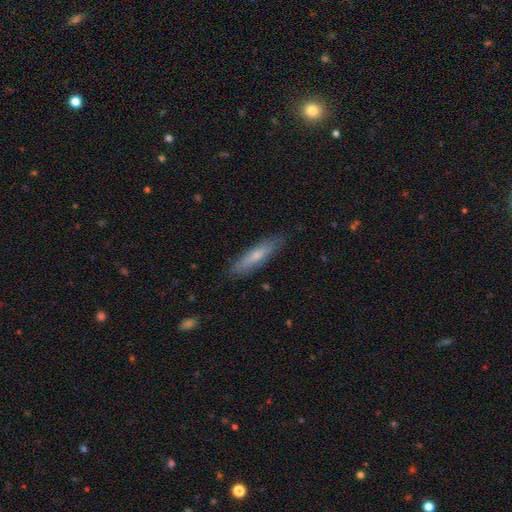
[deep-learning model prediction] This is likely a smooth galaxy (61%). How rounded: likely cigar-shaped (77%). Merging: clearly none (83%).